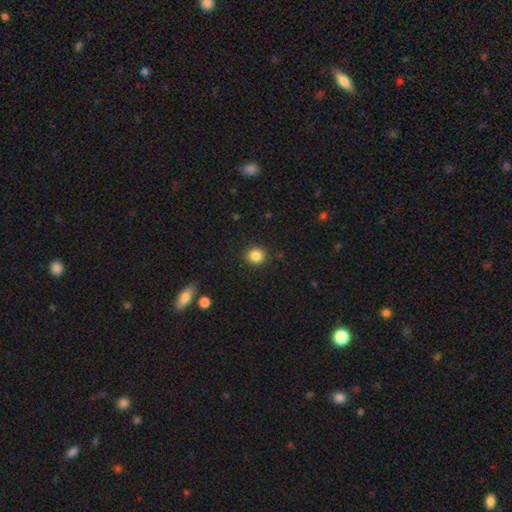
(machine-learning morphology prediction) A smooth galaxy with no disk features (85%) that is round (88%). Merging: none (90%).